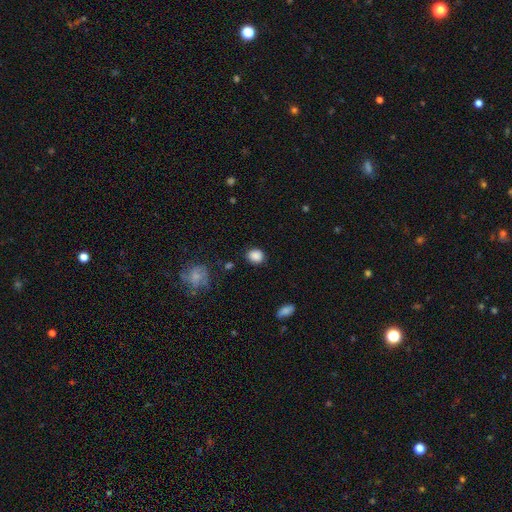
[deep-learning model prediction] A smooth galaxy with no disk features (87%) that is round (67%). Merging: none (82%).